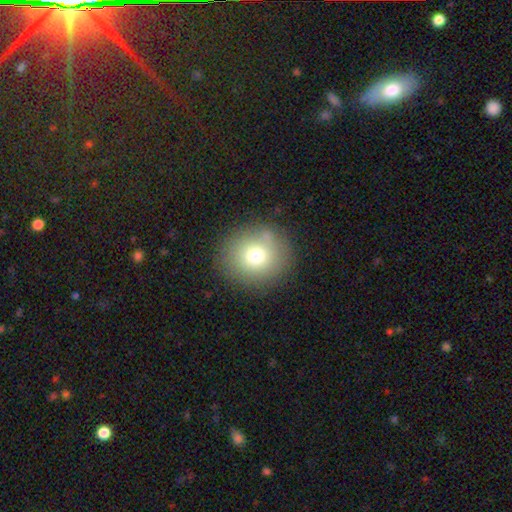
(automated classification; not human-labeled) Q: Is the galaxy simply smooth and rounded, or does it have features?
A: smooth — 75%.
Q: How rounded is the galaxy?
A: round — 87%.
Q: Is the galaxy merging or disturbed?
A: none — 84%.